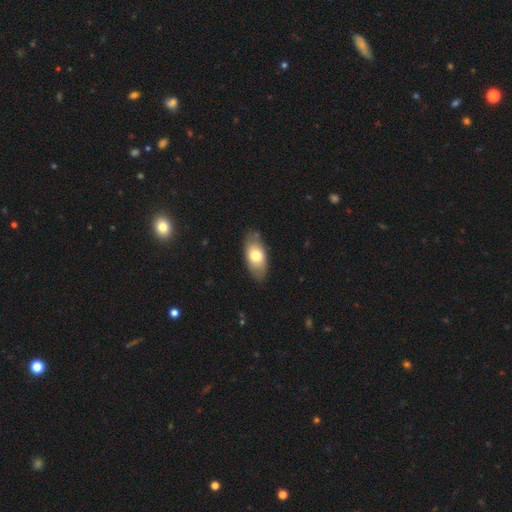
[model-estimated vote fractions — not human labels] smooth 70%, featured or disk 24%, star or artifact 6%. Down the decision tree: how rounded — in between (92%); merging — none (80%).